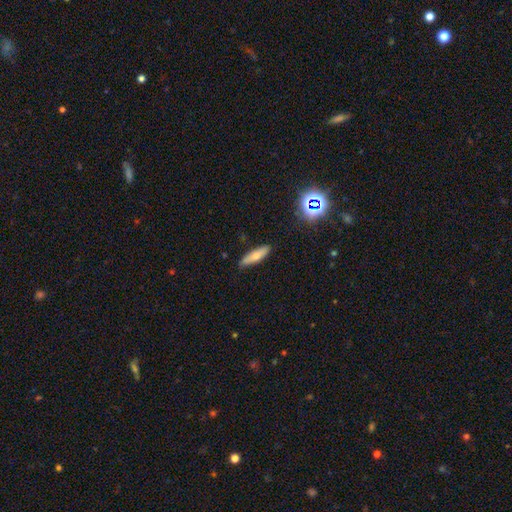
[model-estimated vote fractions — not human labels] Smooth or featured?
  - smooth: 66% *
  - featured or disk: 26%
  - star or artifact: 9%
How rounded?
  - cigar-shaped: 65% *
  - in between: 33%
  - round: 2%
Merging?
  - none: 84% *
  - minor disturbance: 13%
  - major disturbance: 2%
  - merger: 1%